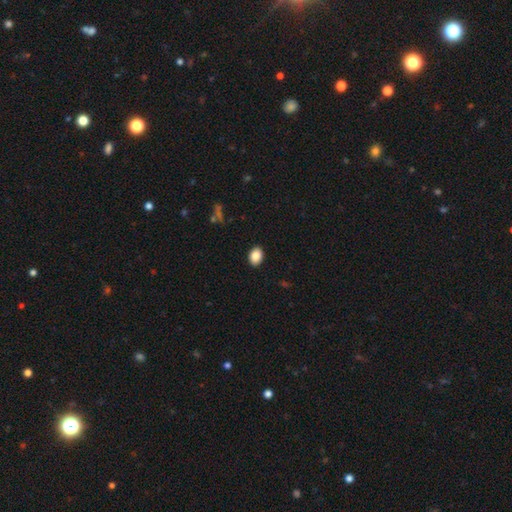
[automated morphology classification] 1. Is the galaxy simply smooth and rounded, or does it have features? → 87% smooth, 8% star or artifact, 5% featured or disk.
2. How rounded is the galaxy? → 75% in between, 24% round, 1% cigar-shaped.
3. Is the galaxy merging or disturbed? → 90% none, 7% minor disturbance, 2% major disturbance, 1% merger.